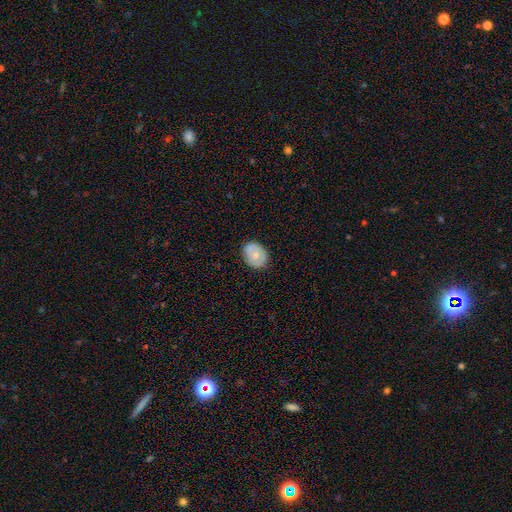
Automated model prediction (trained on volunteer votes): A smooth galaxy with no disk features (61%) that is round (53%).

Vote fractions:
- Smooth or featured? smooth: 61% / featured or disk: 32% / star or artifact: 7%
- How rounded? round: 53% / in between: 46% / cigar-shaped: 1%
- Merging? none: 84% / minor disturbance: 12% / major disturbance: 3% / merger: 1%